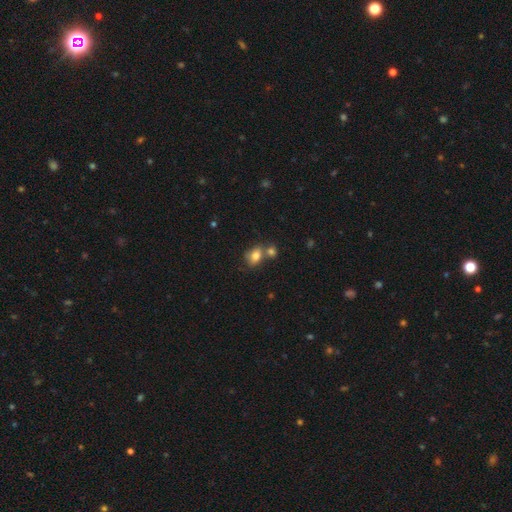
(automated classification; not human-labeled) This appears to be a smooth galaxy with no disk features (80%) that is in between round and cigar-shaped (68%). Merging: none (46%).